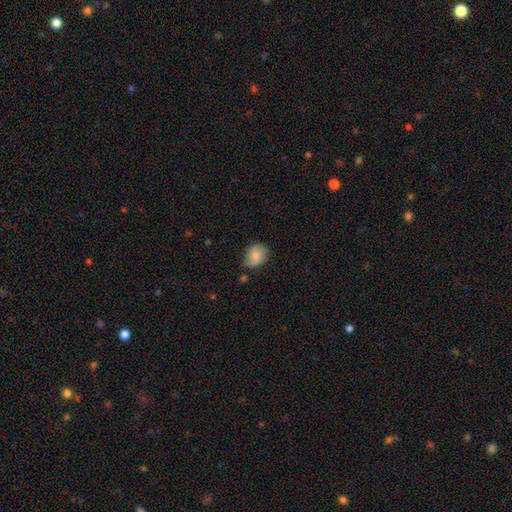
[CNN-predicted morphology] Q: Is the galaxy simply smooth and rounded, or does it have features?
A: smooth — 61%.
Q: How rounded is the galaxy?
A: in between — 58%.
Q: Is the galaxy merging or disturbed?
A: none — 57%.